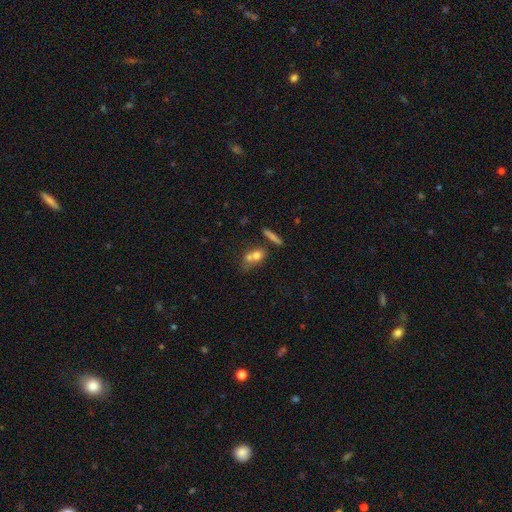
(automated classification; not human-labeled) smooth-or-featured: smooth: 66% | featured or disk: 23% | star or artifact: 10%
  how-rounded: in between: 54% | round: 35% | cigar-shaped: 12%
  merging: merger: 52% | none: 30% | minor disturbance: 11% | major disturbance: 7%